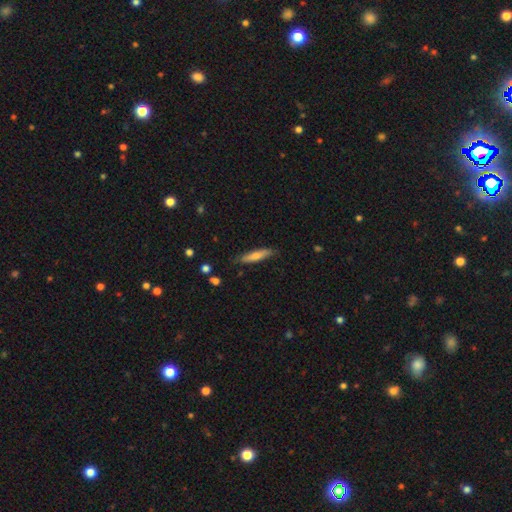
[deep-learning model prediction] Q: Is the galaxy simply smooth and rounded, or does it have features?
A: smooth — 58%.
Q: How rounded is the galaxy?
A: cigar-shaped — 86%.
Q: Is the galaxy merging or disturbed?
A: none — 85%.